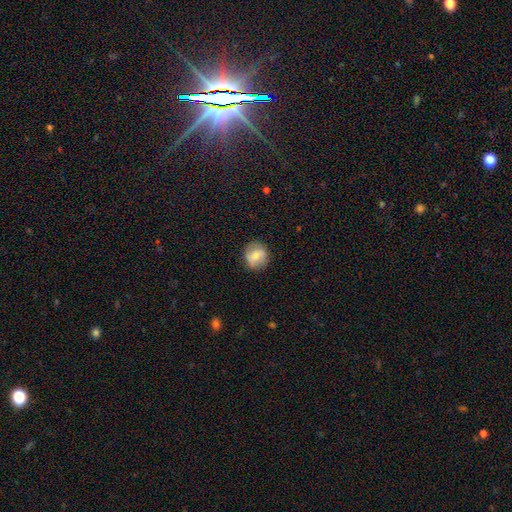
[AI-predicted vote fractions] smooth 64%, featured or disk 28%, star or artifact 8%. Down the decision tree: how rounded — round (83%); merging — none (84%).